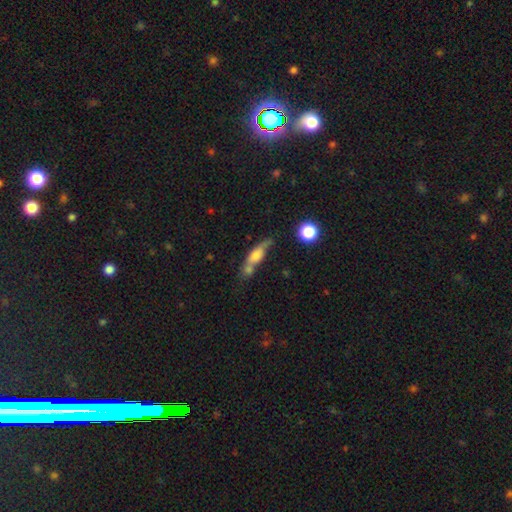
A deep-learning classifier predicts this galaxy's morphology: type=smooth (52%); roundness=cigar-shaped (54%); merging=none (43%).